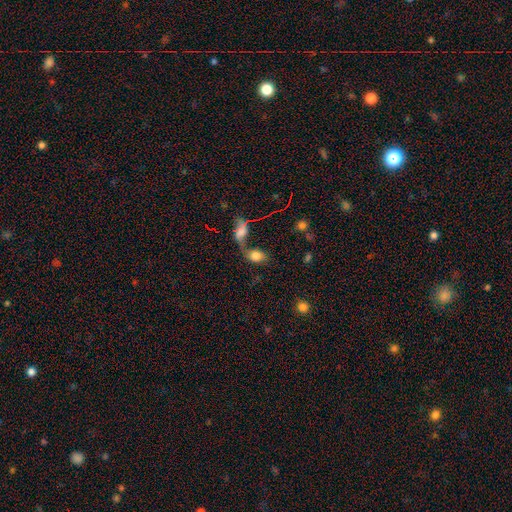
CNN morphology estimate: smooth 71%, featured or disk 16%, star or artifact 13%. Down the decision tree: how rounded — in between (76%); merging — merger (50%).